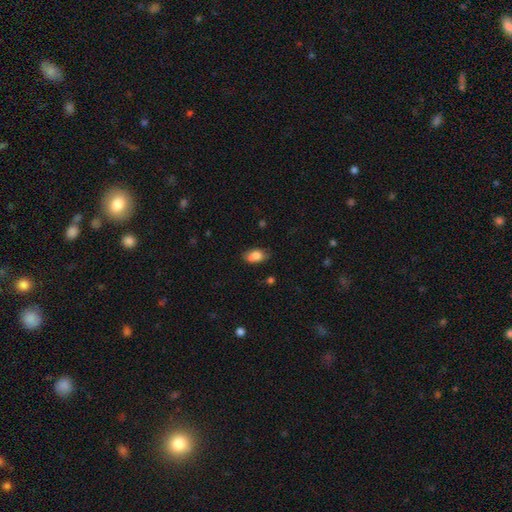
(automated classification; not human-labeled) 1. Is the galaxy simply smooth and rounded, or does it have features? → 78% smooth, 13% featured or disk, 8% star or artifact.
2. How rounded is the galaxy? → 88% in between, 9% round, 3% cigar-shaped.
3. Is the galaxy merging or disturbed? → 58% none, 23% minor disturbance, 13% merger, 5% major disturbance.